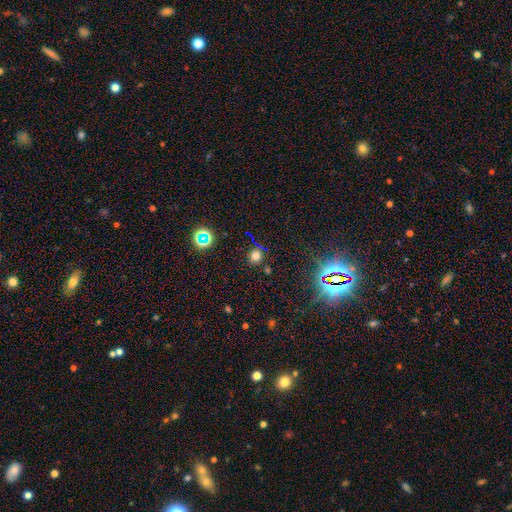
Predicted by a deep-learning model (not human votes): Overall: smooth (67%). How rounded: round (90%). Merging: none (85%).